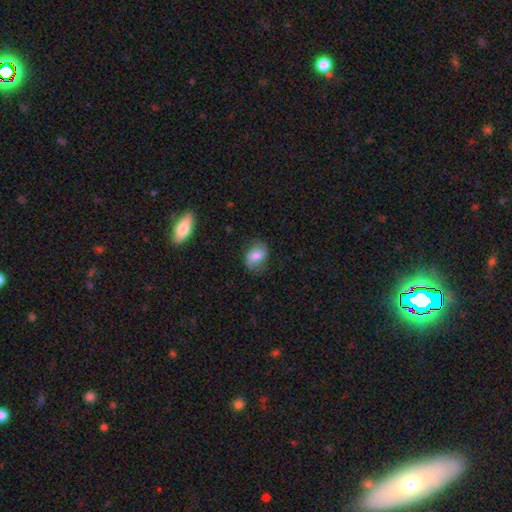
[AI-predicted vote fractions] Smooth or featured? Predicted: smooth (p=0.71). How rounded? Predicted: in between (p=0.74). Merging? Predicted: none (p=0.66).